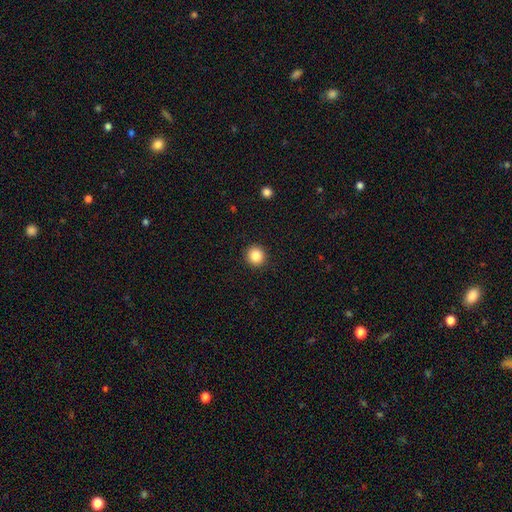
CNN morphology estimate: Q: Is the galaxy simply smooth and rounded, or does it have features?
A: smooth — 85%.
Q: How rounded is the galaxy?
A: round — 93%.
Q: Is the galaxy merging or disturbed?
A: none — 93%.